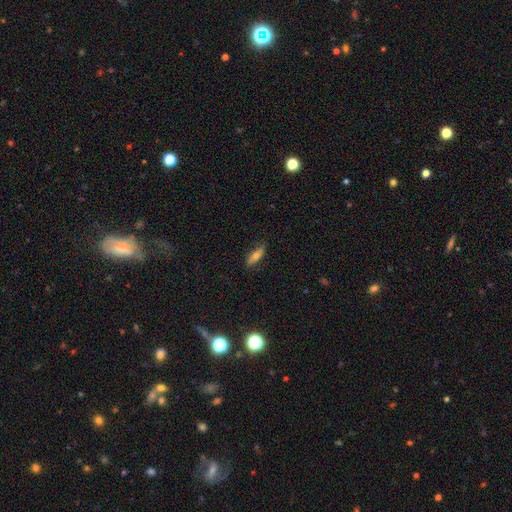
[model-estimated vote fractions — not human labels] Smooth or featured?
  - smooth: 63% *
  - featured or disk: 28%
  - star or artifact: 8%
How rounded?
  - cigar-shaped: 51% *
  - in between: 47%
  - round: 3%
Merging?
  - none: 81% *
  - minor disturbance: 15%
  - major disturbance: 3%
  - merger: 1%